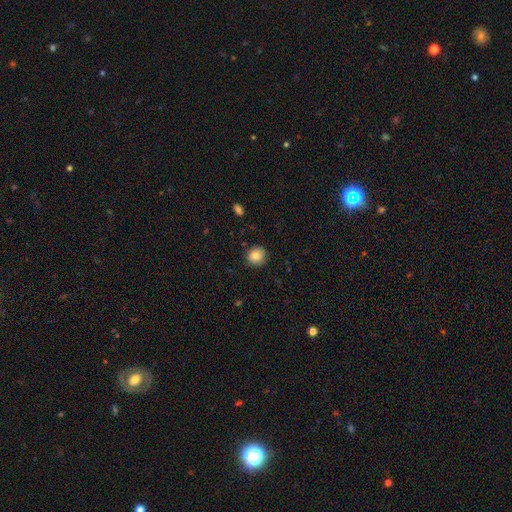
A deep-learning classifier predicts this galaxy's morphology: This is clearly a smooth galaxy (86%). How rounded: clearly round (91%). Merging: clearly none (89%).